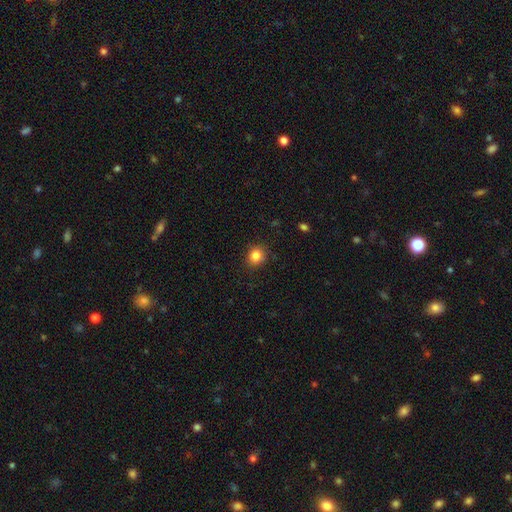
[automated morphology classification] smooth_or_featured: smooth (p=0.84) [alt: star or artifact p=0.11]
how_rounded: round (p=0.75) [alt: in between p=0.24]
merging: none (p=0.87) [alt: minor disturbance p=0.09]